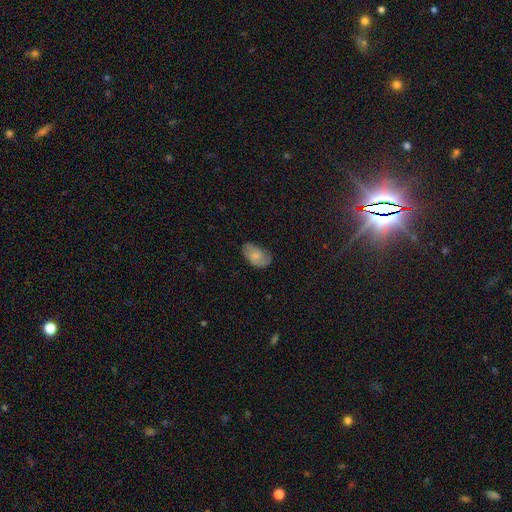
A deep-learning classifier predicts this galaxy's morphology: A smooth galaxy with no disk features (59%) that is in between round and cigar-shaped (91%). Merging: none (68%).